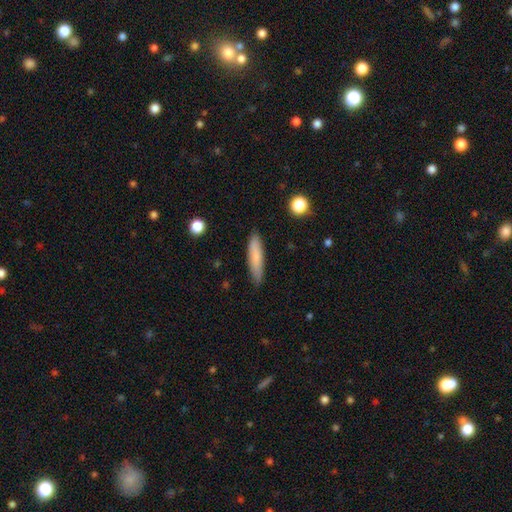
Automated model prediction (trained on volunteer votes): The model was most divided on "smooth or featured": smooth: 79%, featured or disk: 15%, star or artifact: 6%. More confident: merging — none (88%); how rounded — cigar-shaped (82%).